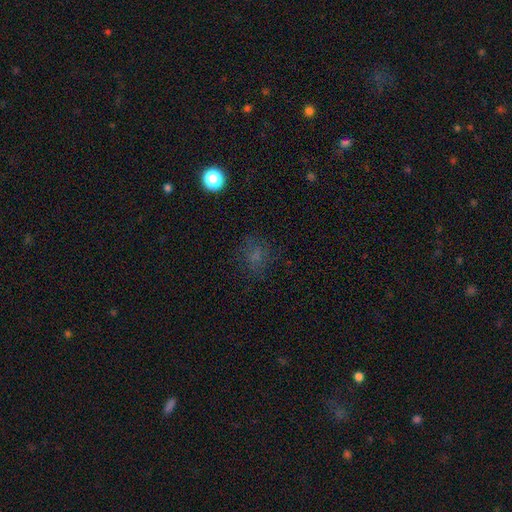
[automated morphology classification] smooth-or-featured: smooth: 57% | star or artifact: 29% | featured or disk: 15%
  how-rounded: round: 66% | in between: 33% | cigar-shaped: 2%
  merging: none: 70% | minor disturbance: 16% | major disturbance: 12% | merger: 2%